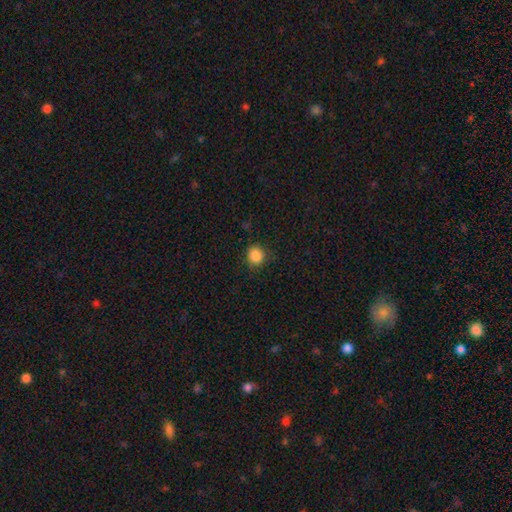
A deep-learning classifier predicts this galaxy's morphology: smooth_or_featured: smooth (p=0.86) [alt: star or artifact p=0.11]
how_rounded: round (p=0.87) [alt: in between p=0.12]
merging: none (p=0.84) [alt: minor disturbance p=0.12]